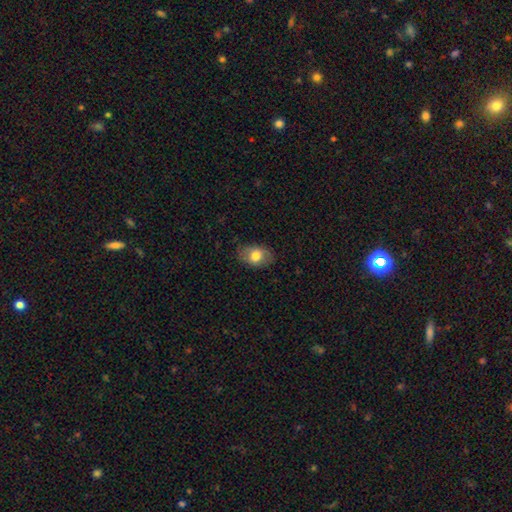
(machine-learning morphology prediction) smooth-or-featured: smooth: 75% | featured or disk: 18% | star or artifact: 8%
  how-rounded: in between: 80% | round: 19% | cigar-shaped: 1%
  merging: none: 79% | minor disturbance: 17% | major disturbance: 4% | merger: 1%